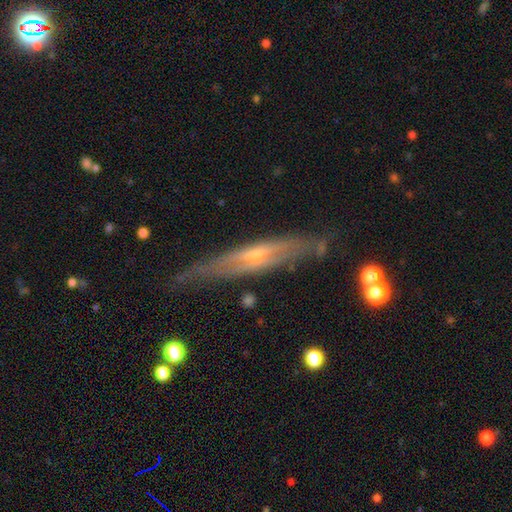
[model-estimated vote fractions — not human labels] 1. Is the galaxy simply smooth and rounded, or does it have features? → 75% featured or disk, 19% smooth, 6% star or artifact.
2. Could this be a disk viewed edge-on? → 80% yes, 20% no.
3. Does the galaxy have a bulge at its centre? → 68% rounded, 27% none, 5% boxy.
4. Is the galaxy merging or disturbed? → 71% none, 20% minor disturbance, 6% major disturbance, 3% merger.